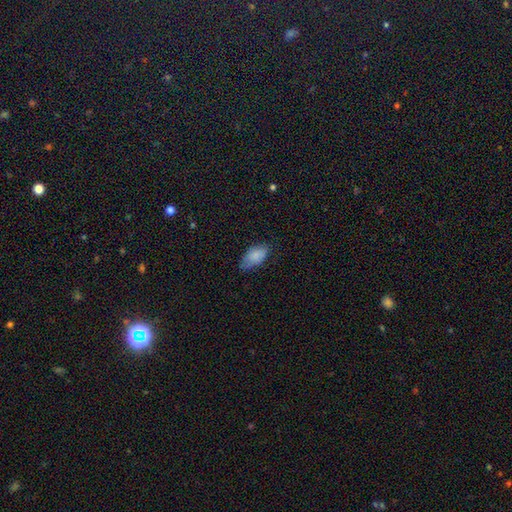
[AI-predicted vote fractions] A smooth galaxy with no disk features (84%) that is in between round and cigar-shaped (93%). Merging: none (63%).